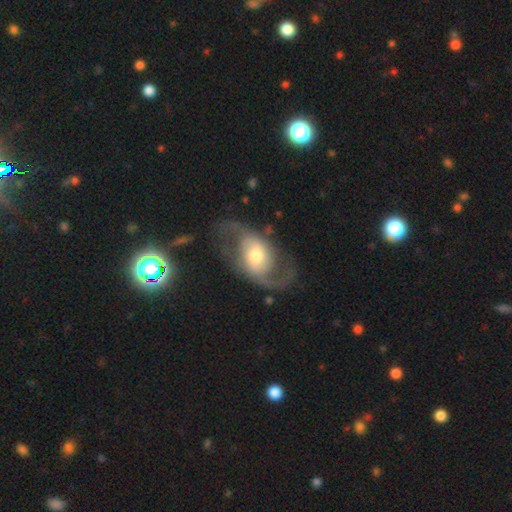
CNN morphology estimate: Smooth or featured: featured or disk — 81% (smooth — 13%)
Edge-on disk: no — 96% (yes — 4%)
Bar: no — 53% (weak — 33%)
Spiral arms: yes — 90% (no — 10%)
Spiral winding: loose — 46% (medium — 42%)
Spiral arm count: 2 — 91% (can't tell — 4%)
Bulge size: moderate — 62% (small — 19%)
Merging: none — 68% (minor disturbance — 15%)